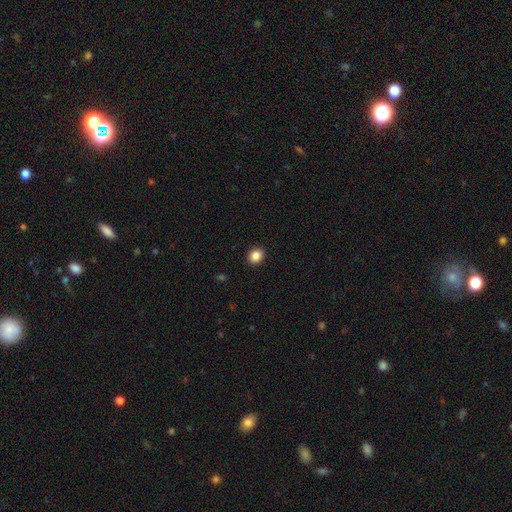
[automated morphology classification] Smooth or featured? Predicted: smooth (p=0.87). How rounded? Predicted: round (p=0.60). Merging? Predicted: none (p=0.92).